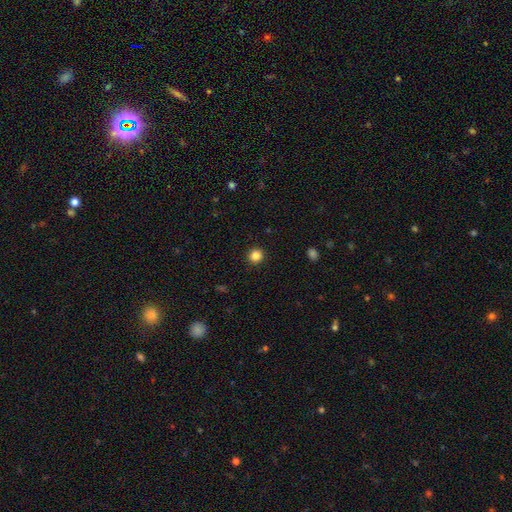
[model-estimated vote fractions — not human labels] The model was most divided on "smooth or featured": smooth: 85%, star or artifact: 11%, featured or disk: 4%. More confident: merging — none (92%); how rounded — round (92%).